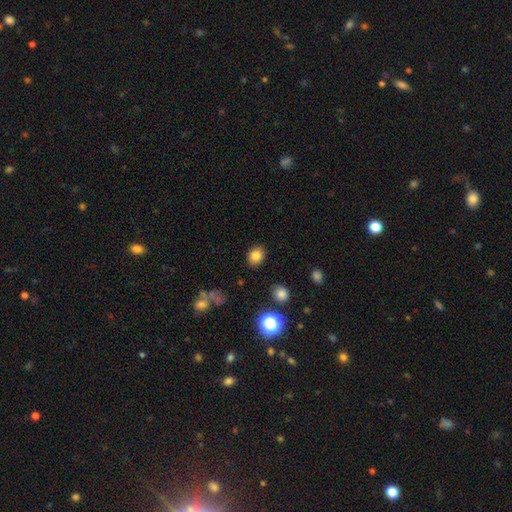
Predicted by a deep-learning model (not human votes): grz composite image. It shows a smooth galaxy with no disk features (81%) that is in between round and cigar-shaped (52%). Merging: none (87%).